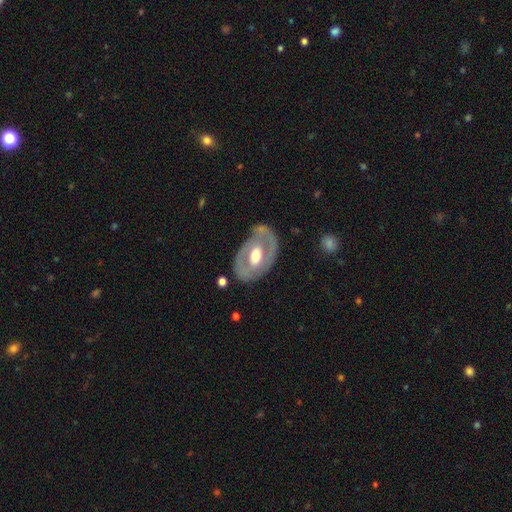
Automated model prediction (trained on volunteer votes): smooth-or-featured: featured or disk: 66% | smooth: 29% | star or artifact: 5%
  disk-edge-on: no: 93% | yes: 7%
    bar: no: 54% | weak: 32% | strong: 14%
    has-spiral-arms: no: 64% | yes: 36%
    bulge-size: moderate: 63% | large: 27% | small: 7% | dominant: 2% | none: 1%
  merging: none: 71% | minor disturbance: 19% | major disturbance: 8% | merger: 3%